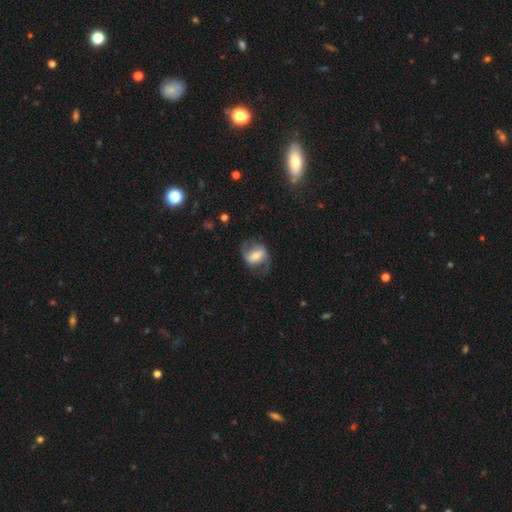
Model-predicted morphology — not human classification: A featured or disk galaxy (54%) with a strong bar (40%), spiral arms (75%) and a moderate central bulge (51%). Merging: none (64%).